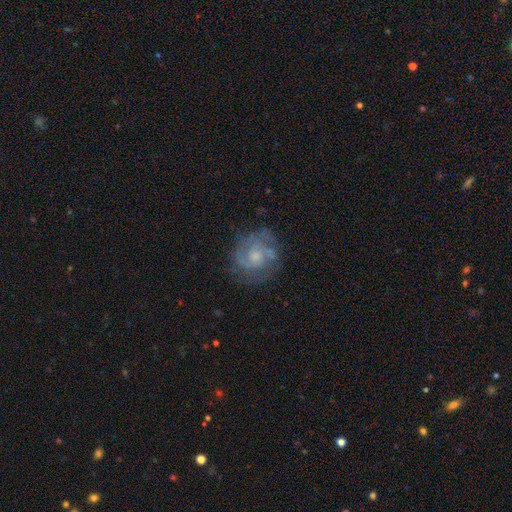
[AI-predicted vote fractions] smooth_or_featured: featured or disk (p=0.75) [alt: smooth p=0.17]
disk_edge_on: no (p=0.98) [alt: yes p=0.02]
bar: no (p=0.71) [alt: weak p=0.25]
has_spiral_arms: yes (p=0.89) [alt: no p=0.11]
spiral_winding: tight (p=0.48) [alt: medium p=0.41]
spiral_arm_count: 2 (p=0.38) [alt: can't tell p=0.27]
bulge_size: small (p=0.54) [alt: moderate p=0.35]
merging: none (p=0.72) [alt: minor disturbance p=0.18]